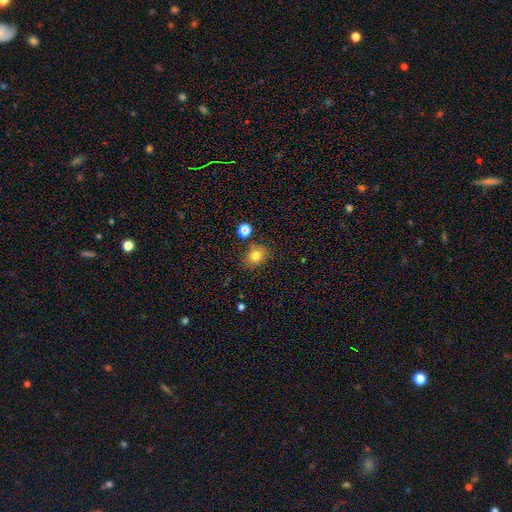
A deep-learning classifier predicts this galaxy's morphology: Smooth or featured: smooth — 79% (star or artifact — 13%)
How rounded: round — 59% (in between — 40%)
Merging: none — 81% (minor disturbance — 11%)